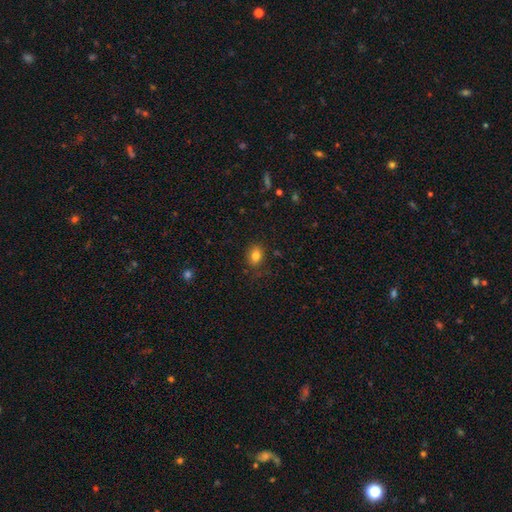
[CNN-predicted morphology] smooth_or_featured: smooth (p=0.81) [alt: star or artifact p=0.11]
how_rounded: in between (p=0.63) [alt: round p=0.36]
merging: none (p=0.80) [alt: minor disturbance p=0.15]